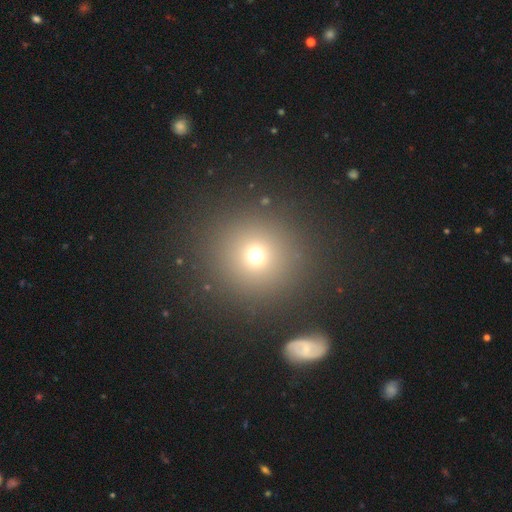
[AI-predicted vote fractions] smooth-or-featured: smooth: 68% | star or artifact: 23% | featured or disk: 8%
  how-rounded: round: 94% | in between: 5% | cigar-shaped: 1%
  merging: none: 87% | minor disturbance: 6% | major disturbance: 4% | merger: 3%